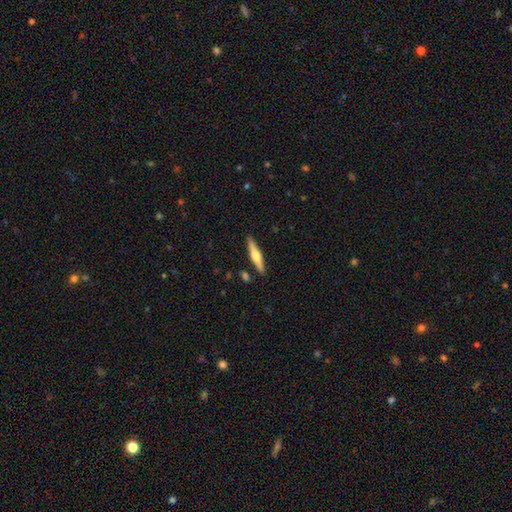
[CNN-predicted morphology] smooth-or-featured: featured or disk: 58% | smooth: 36% | star or artifact: 5%
  disk-edge-on: yes: 97% | no: 3%
    edge-on-bulge: rounded: 91% | boxy: 5% | none: 4%
  merging: none: 88% | minor disturbance: 7% | merger: 3% | major disturbance: 2%